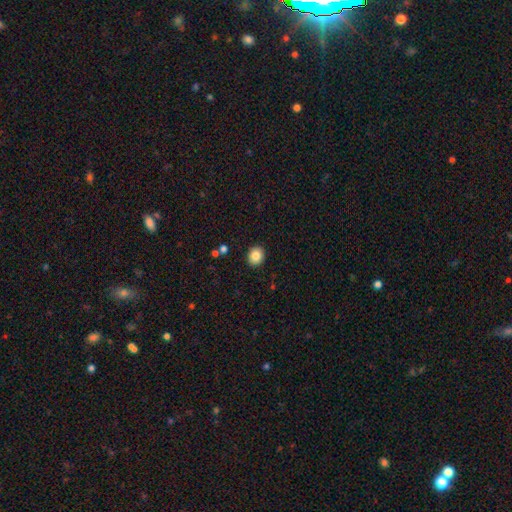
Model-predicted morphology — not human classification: smooth-or-featured: smooth: 85% | star or artifact: 9% | featured or disk: 6%
  how-rounded: round: 66% | in between: 33% | cigar-shaped: 1%
  merging: none: 91% | minor disturbance: 6% | major disturbance: 2% | merger: 1%